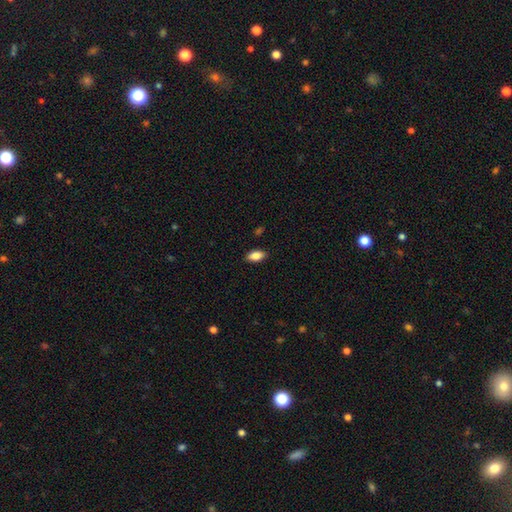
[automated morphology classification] Smooth or featured?
  - smooth: 83% *
  - featured or disk: 9%
  - star or artifact: 7%
How rounded?
  - in between: 91% *
  - cigar-shaped: 6%
  - round: 4%
Merging?
  - none: 88% *
  - minor disturbance: 9%
  - major disturbance: 2%
  - merger: 1%